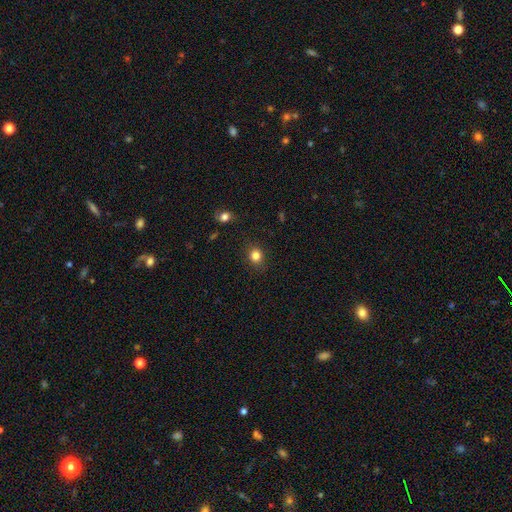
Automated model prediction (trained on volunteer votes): A smooth galaxy with no disk features (82%) that is round (72%). Merging: none (86%).